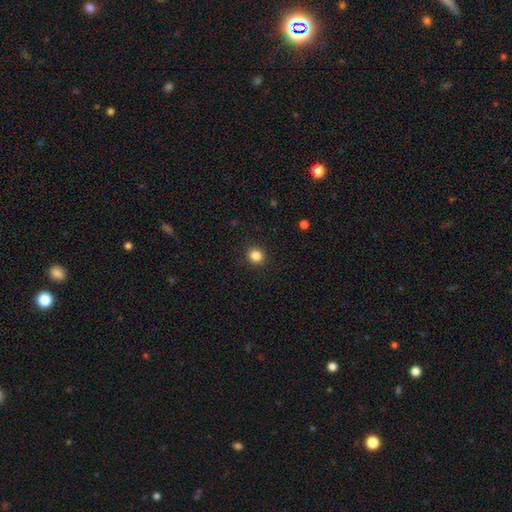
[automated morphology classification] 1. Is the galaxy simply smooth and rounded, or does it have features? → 85% smooth, 11% star or artifact, 4% featured or disk.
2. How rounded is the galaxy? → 86% round, 13% in between, 1% cigar-shaped.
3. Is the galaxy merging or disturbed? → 92% none, 5% minor disturbance, 2% major disturbance, 1% merger.